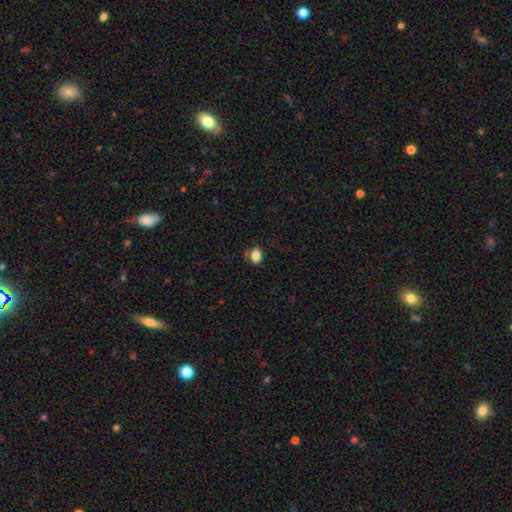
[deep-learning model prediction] Smooth or featured?
  - smooth: 82% *
  - star or artifact: 11%
  - featured or disk: 7%
How rounded?
  - in between: 58% *
  - round: 41%
  - cigar-shaped: 1%
Merging?
  - none: 73% *
  - minor disturbance: 18%
  - major disturbance: 5%
  - merger: 3%